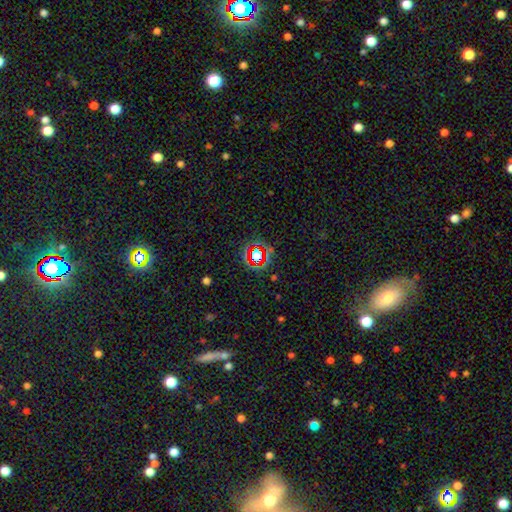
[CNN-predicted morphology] A star or artifact, not a galaxy (68%).

Vote fractions:
- Smooth or featured? star or artifact: 68% / smooth: 20% / featured or disk: 12%